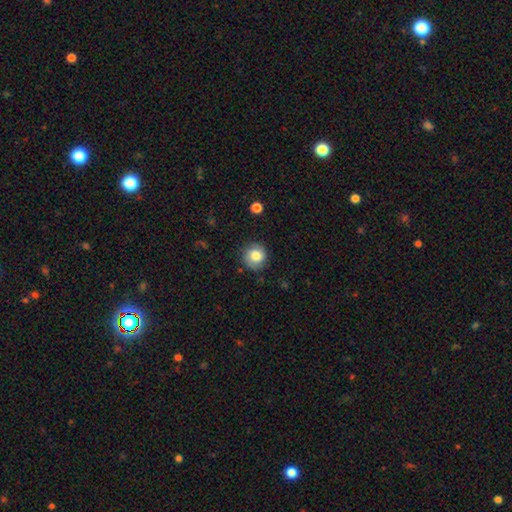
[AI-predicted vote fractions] A smooth galaxy with no disk features (79%) that is round (92%).

Vote fractions:
- Smooth or featured? smooth: 79% / featured or disk: 12% / star or artifact: 9%
- How rounded? round: 92% / in between: 7% / cigar-shaped: 1%
- Merging? none: 85% / minor disturbance: 11% / major disturbance: 3% / merger: 1%